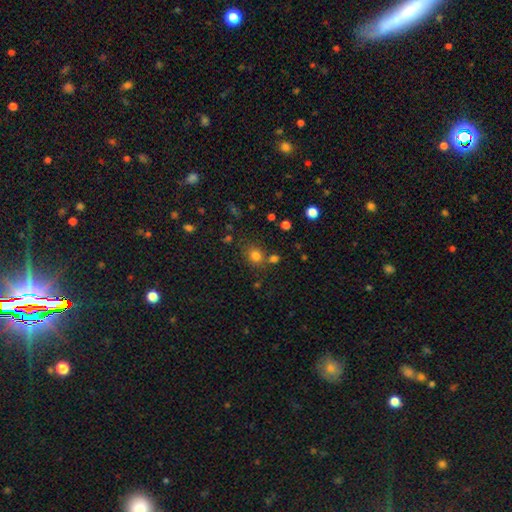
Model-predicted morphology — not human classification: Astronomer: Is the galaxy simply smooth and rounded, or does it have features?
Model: smooth — 78%.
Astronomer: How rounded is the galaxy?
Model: round — 66%.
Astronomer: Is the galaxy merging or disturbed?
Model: none — 65%.